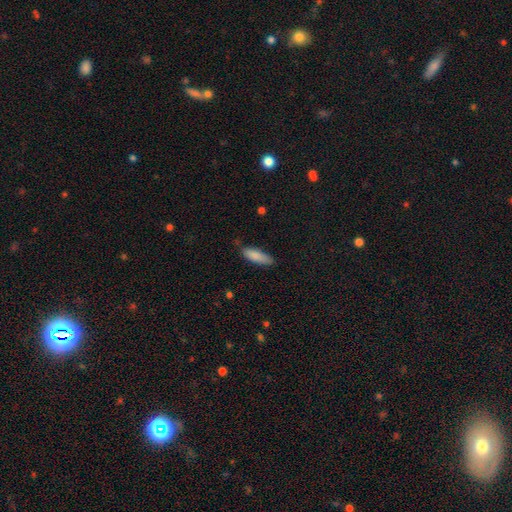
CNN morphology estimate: type=smooth (86%); roundness=cigar-shaped (49%, tied with in between); merging=none (77%).